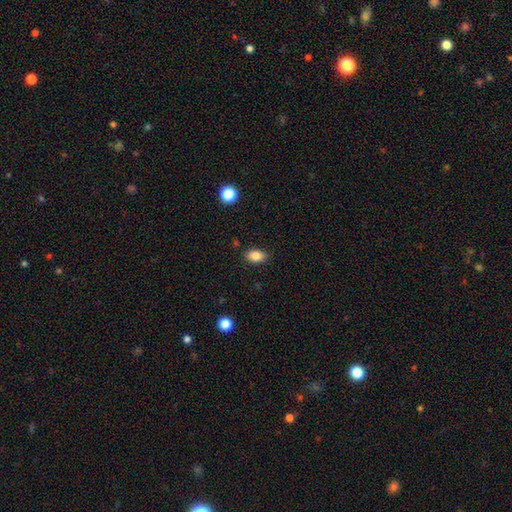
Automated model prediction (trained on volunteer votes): smooth_or_featured: smooth (p=0.85) [alt: star or artifact p=0.09]
how_rounded: in between (p=0.86) [alt: round p=0.13]
merging: none (p=0.85) [alt: minor disturbance p=0.11]